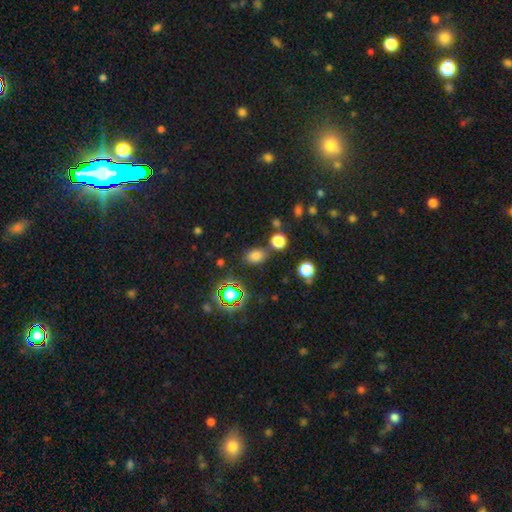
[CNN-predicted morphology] smooth_or_featured: smooth (p=0.71) [alt: star or artifact p=0.23]
how_rounded: in between (p=0.67) [alt: round p=0.32]
merging: none (p=0.74) [alt: minor disturbance p=0.12]